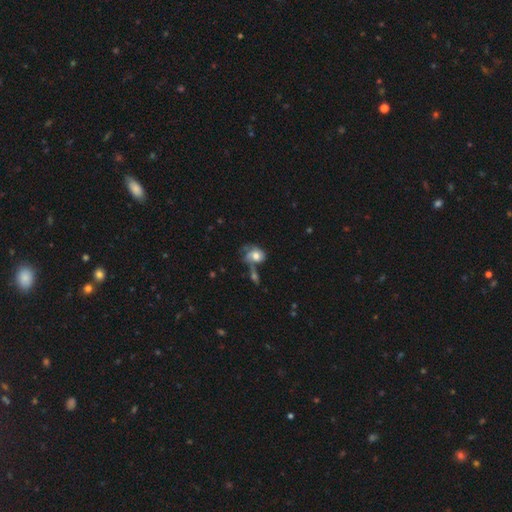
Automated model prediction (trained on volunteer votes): This is possibly a smooth galaxy (47%). Merging: marginally merger (30%).